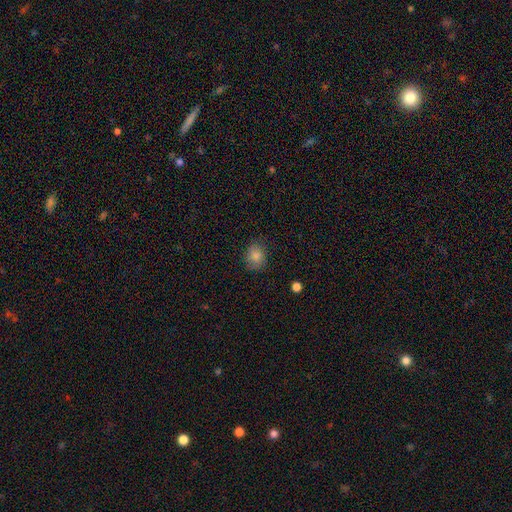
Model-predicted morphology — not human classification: Smooth or featured? Predicted: smooth (p=0.84). How rounded? Predicted: round (p=0.59). Merging? Predicted: none (p=0.78).